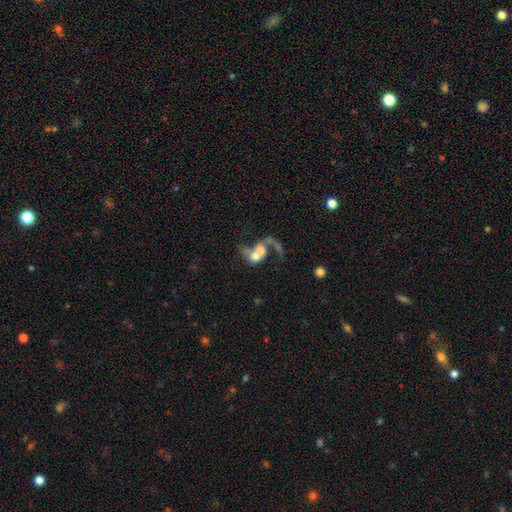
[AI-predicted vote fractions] Q: Smooth or featured?
A: featured or disk (53%); runner-up: smooth (37%)
Q: Edge-on disk?
A: no (97%); runner-up: yes (3%)
Q: Bar?
A: no (76%); runner-up: weak (19%)
Q: Spiral arms?
A: yes (55%); runner-up: no (45%)
Q: Bulge size?
A: moderate (35%); runner-up: large (30%)
Q: Merging?
A: merger (67%); runner-up: major disturbance (17%)